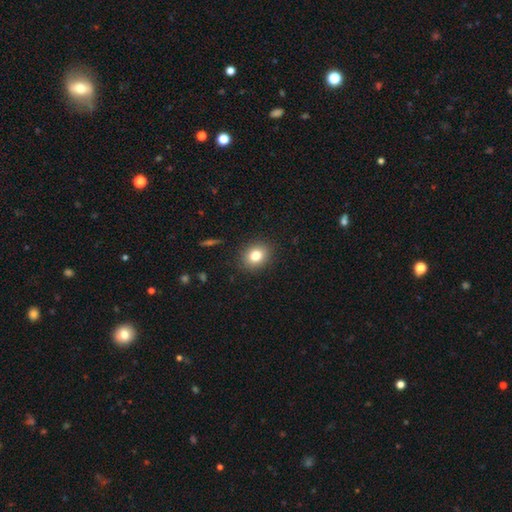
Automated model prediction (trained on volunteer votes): This is likely a smooth galaxy (80%). How rounded: possibly round (55%). Merging: clearly none (89%).